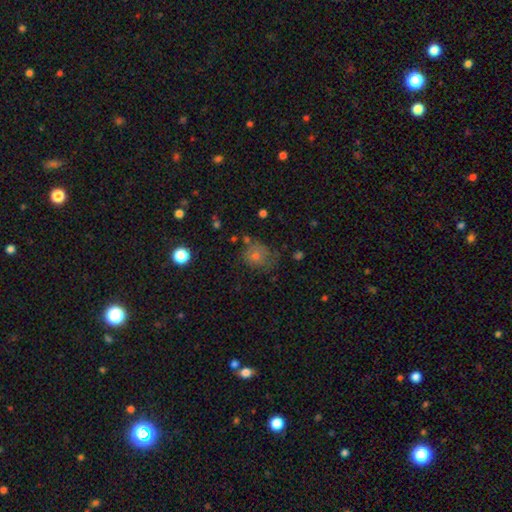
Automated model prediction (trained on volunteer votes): A smooth galaxy with no disk features (59%) that is round (69%).

Vote fractions:
- Smooth or featured? smooth: 59% / star or artifact: 21% / featured or disk: 19%
- How rounded? round: 69% / in between: 29% / cigar-shaped: 1%
- Merging? none: 62% / minor disturbance: 23% / major disturbance: 11% / merger: 4%